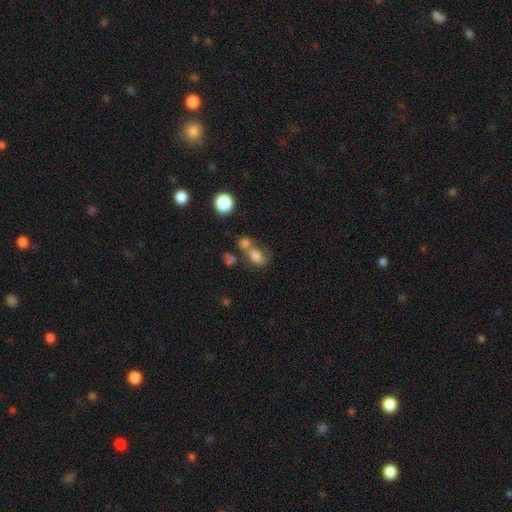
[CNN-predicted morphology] smooth_or_featured: smooth (p=0.73) [alt: featured or disk p=0.14]
how_rounded: in between (p=0.72) [alt: round p=0.25]
merging: merger (p=0.48) [alt: none p=0.32]